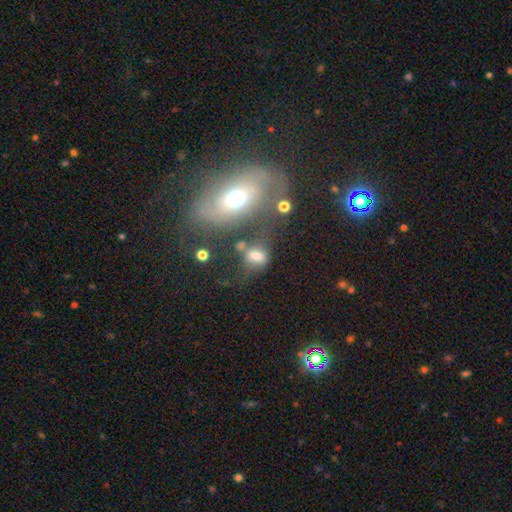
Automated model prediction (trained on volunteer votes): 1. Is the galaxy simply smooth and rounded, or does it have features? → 64% smooth, 18% featured or disk, 18% star or artifact.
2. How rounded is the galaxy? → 69% in between, 28% round, 3% cigar-shaped.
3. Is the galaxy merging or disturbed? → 39% none, 24% merger, 19% minor disturbance, 19% major disturbance.